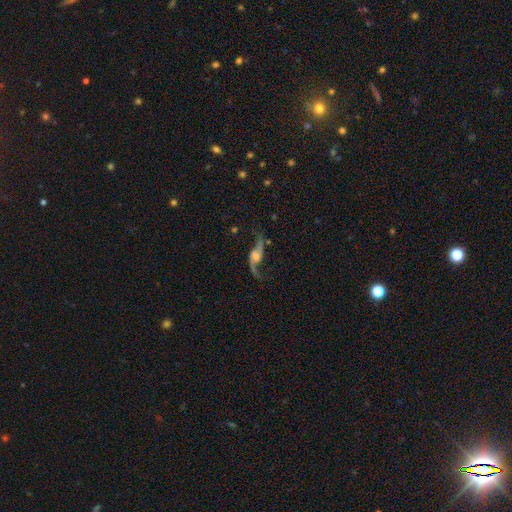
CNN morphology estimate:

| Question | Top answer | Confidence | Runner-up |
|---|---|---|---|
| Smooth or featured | featured or disk | 83% | smooth (9%) |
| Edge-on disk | no | 91% | yes (9%) |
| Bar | no | 48% | weak (36%) |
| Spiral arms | yes | 95% | no (5%) |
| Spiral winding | loose | 91% | medium (7%) |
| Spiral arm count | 2 | 92% | 1 (3%) |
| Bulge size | none | 26% | moderate (25%) |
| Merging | none | 68% | minor disturbance (15%) |